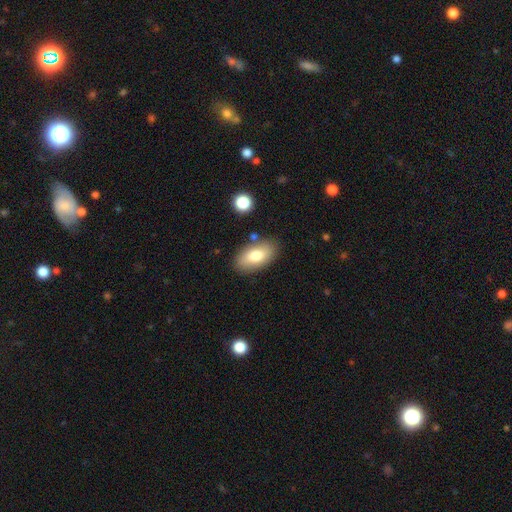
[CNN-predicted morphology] smooth-or-featured: smooth: 76% | featured or disk: 17% | star or artifact: 7%
  how-rounded: in between: 92% | round: 4% | cigar-shaped: 4%
  merging: none: 82% | minor disturbance: 11% | merger: 4% | major disturbance: 3%